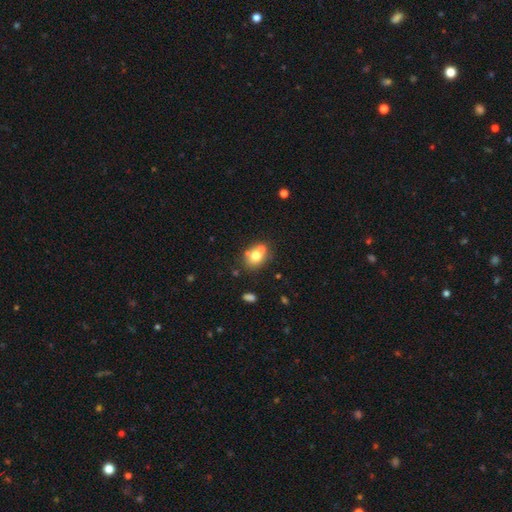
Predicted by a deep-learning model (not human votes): The model was most divided on "merging": none: 49%, merger: 36%, minor disturbance: 11%, major disturbance: 4%. More confident: smooth or featured — smooth (70%); how rounded — round (58%).